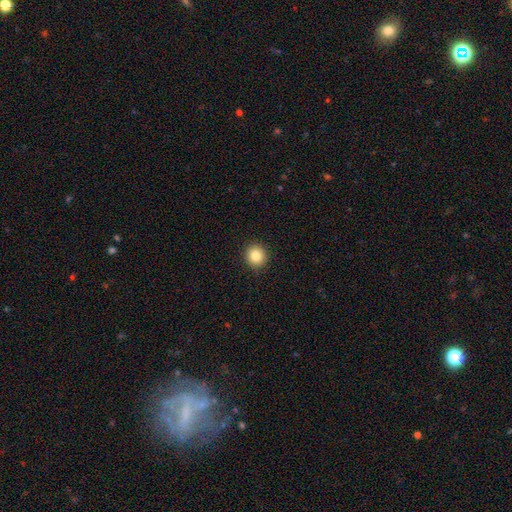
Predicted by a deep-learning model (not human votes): smooth 84%, star or artifact 10%, featured or disk 6%. Down the decision tree: how rounded — round (90%); merging — none (92%).